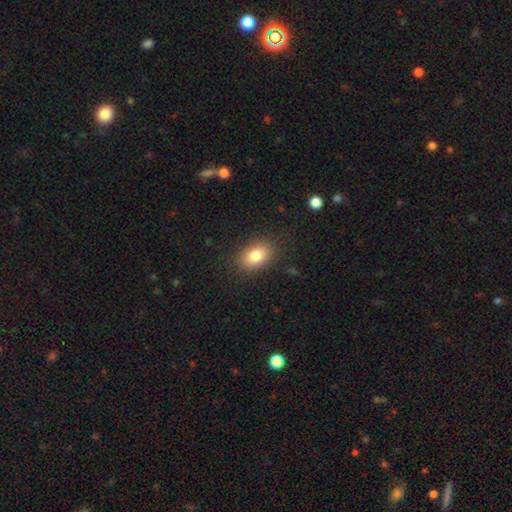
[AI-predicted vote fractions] Q: Smooth or featured?
A: smooth (83%); runner-up: featured or disk (9%)
Q: How rounded?
A: in between (85%); runner-up: round (14%)
Q: Merging?
A: none (85%); runner-up: minor disturbance (11%)